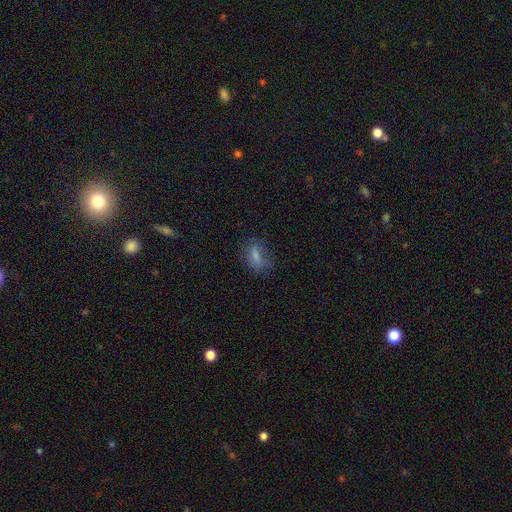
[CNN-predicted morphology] Smooth or featured? smooth (57%)
How rounded? in between (71%)
Merging? none (67%)